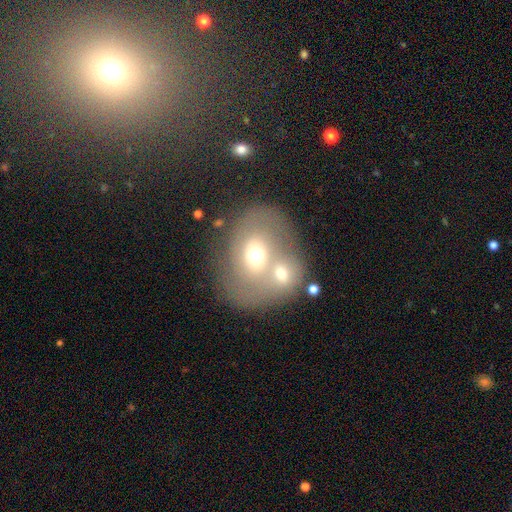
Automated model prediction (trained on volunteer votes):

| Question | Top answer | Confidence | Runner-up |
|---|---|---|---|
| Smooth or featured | smooth | 45% | tied: featured or disk (45%) |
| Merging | merger | 57% | none (26%) |